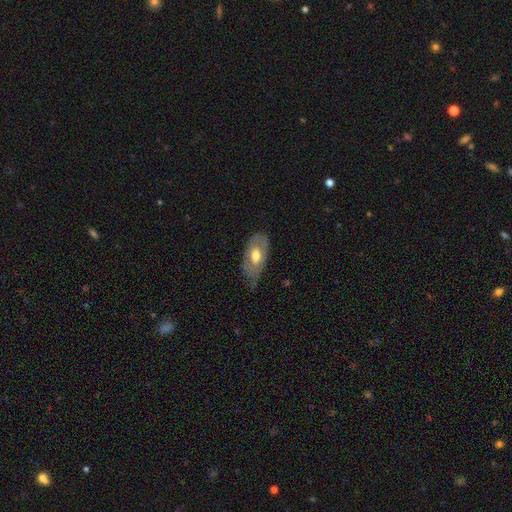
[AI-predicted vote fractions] This appears to be a smooth galaxy with no disk features (52%) that is in between round and cigar-shaped (92%). Merging: none (56%).